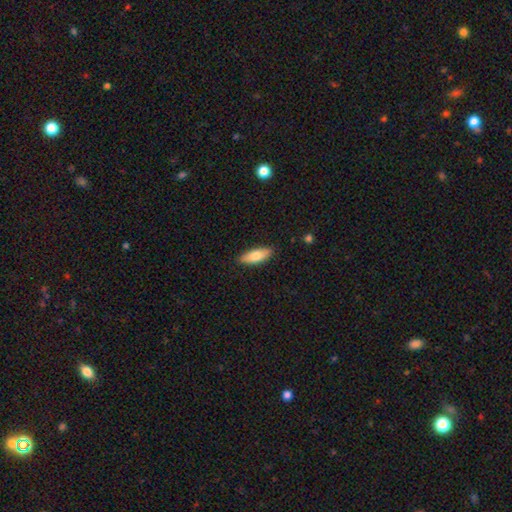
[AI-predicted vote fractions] The model was most divided on "how rounded": in between: 73%, cigar-shaped: 25%, round: 2%. More confident: merging — none (87%); smooth or featured — smooth (79%).